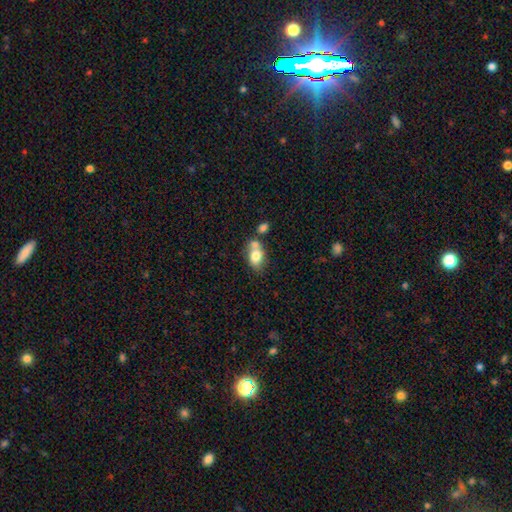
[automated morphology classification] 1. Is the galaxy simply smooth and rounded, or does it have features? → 76% smooth, 16% featured or disk, 8% star or artifact.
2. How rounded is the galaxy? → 75% in between, 23% round, 2% cigar-shaped.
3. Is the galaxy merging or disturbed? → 44% merger, 39% none, 13% minor disturbance, 5% major disturbance.